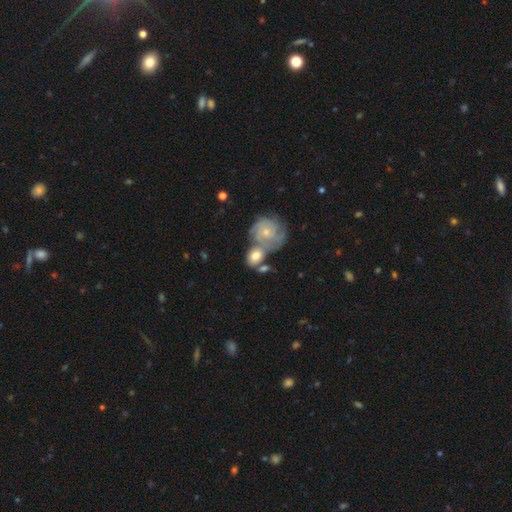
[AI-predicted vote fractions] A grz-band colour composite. It shows a featured or disk galaxy (52%). Merging: merger (42%).